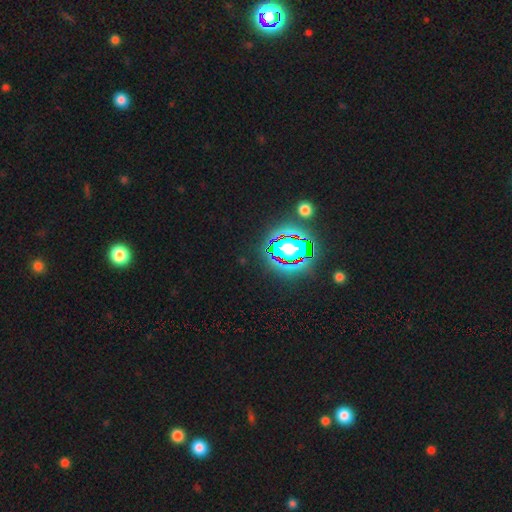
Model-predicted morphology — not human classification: smooth-or-featured: star or artifact: 82% | smooth: 11% | featured or disk: 7%